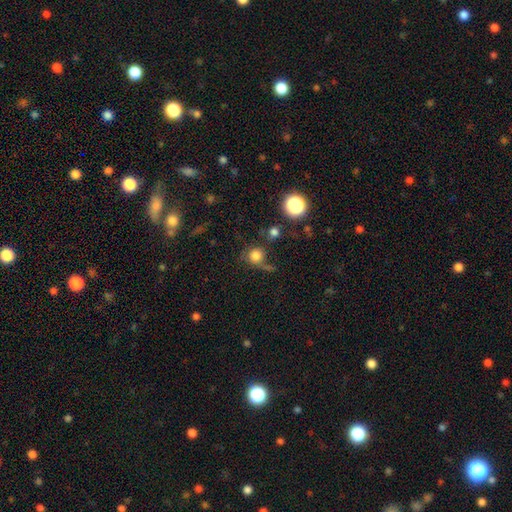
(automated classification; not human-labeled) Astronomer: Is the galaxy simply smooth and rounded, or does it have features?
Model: smooth — 77%.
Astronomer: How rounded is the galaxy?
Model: round — 89%.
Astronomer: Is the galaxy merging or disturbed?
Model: none — 54%.